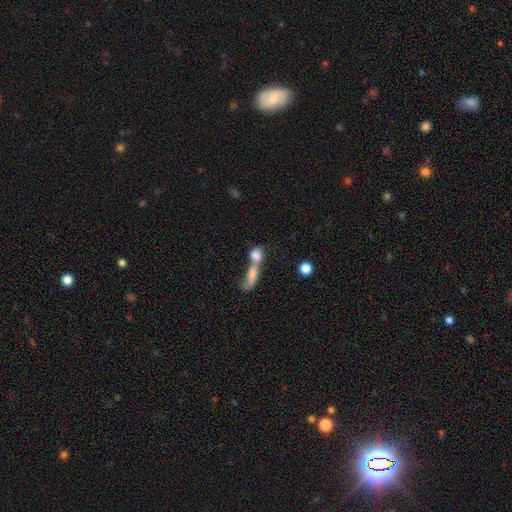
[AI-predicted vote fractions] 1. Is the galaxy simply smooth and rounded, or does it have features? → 73% smooth, 18% featured or disk, 10% star or artifact.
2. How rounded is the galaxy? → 51% in between, 29% round, 19% cigar-shaped.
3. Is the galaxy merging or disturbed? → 75% merger, 13% none, 7% major disturbance, 5% minor disturbance.